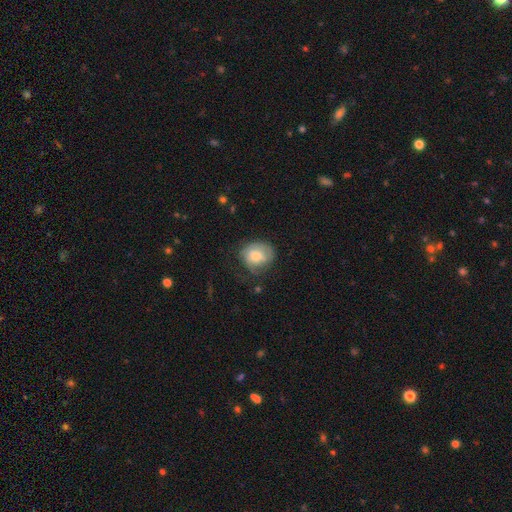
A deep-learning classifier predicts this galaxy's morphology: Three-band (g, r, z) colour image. It shows a smooth galaxy with no disk features (58%) that is round (60%). Merging: none (51%).